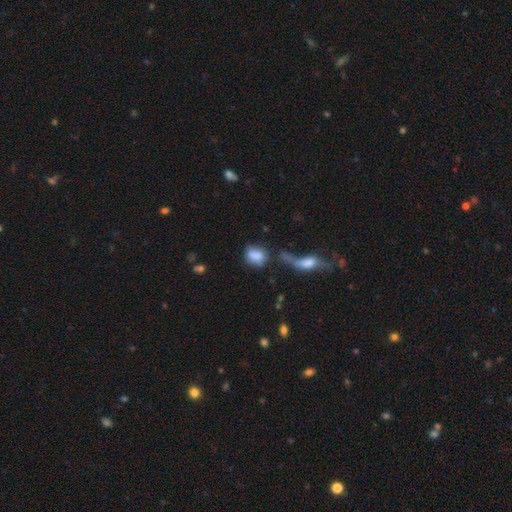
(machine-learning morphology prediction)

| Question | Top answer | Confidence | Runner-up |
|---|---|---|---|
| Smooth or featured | smooth | 78% | featured or disk (13%) |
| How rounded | in between | 60% | round (36%) |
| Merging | none | 42% | merger (26%) |